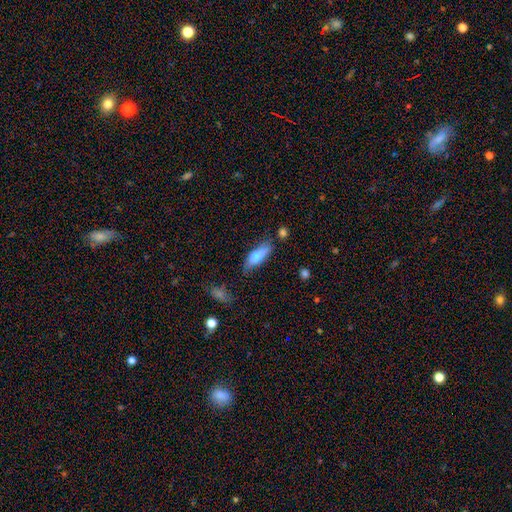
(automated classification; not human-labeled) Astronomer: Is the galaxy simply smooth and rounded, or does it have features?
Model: smooth — 65%.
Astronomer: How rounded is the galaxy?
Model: in between — 53% (runner-up: cigar-shaped, 44%).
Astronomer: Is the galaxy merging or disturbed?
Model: none — 70%.